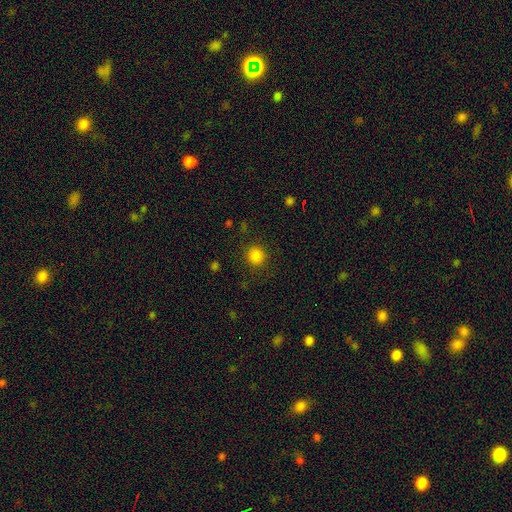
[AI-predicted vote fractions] smooth_or_featured: smooth (p=0.85) [alt: star or artifact p=0.12]
how_rounded: round (p=0.91) [alt: in between p=0.08]
merging: none (p=0.89) [alt: minor disturbance p=0.07]